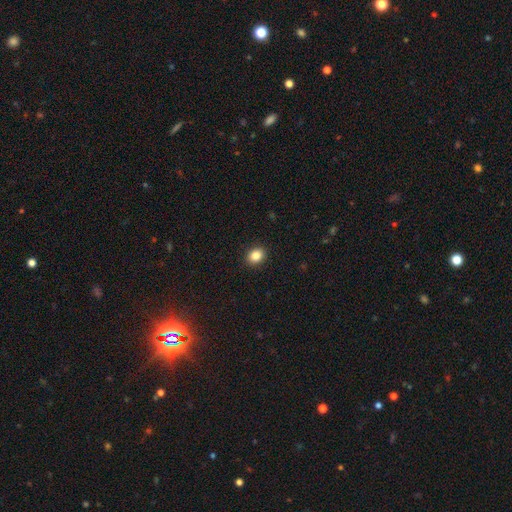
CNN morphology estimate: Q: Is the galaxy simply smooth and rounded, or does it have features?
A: smooth — 86%.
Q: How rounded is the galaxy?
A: round — 58%.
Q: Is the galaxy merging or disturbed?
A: none — 92%.